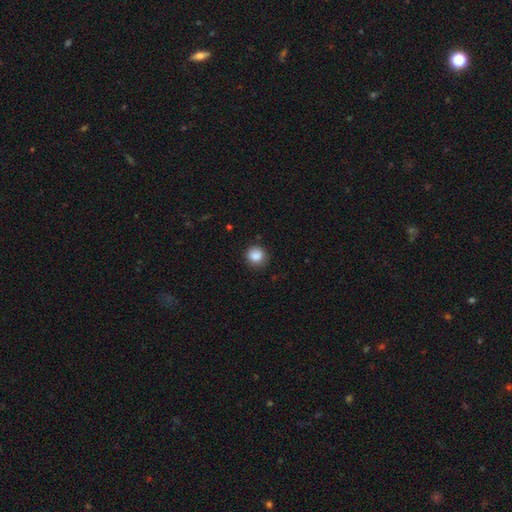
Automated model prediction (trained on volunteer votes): Smooth or featured?
  - smooth: 87% *
  - star or artifact: 9%
  - featured or disk: 4%
How rounded?
  - round: 85% *
  - in between: 14%
  - cigar-shaped: 1%
Merging?
  - none: 82% *
  - minor disturbance: 13%
  - major disturbance: 3%
  - merger: 1%